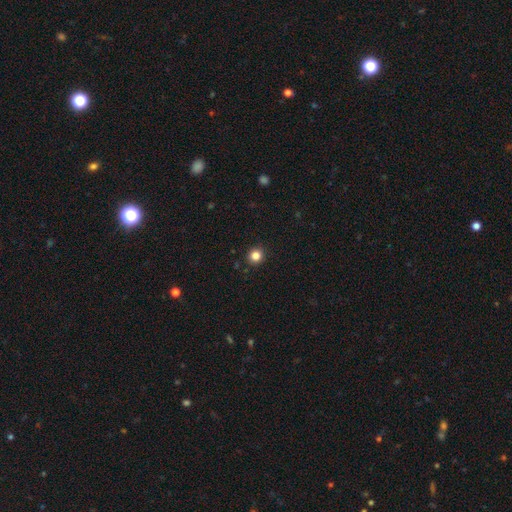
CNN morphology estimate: Smooth or featured? Predicted: smooth (p=0.84). How rounded? Predicted: round (p=0.93). Merging? Predicted: none (p=0.93).